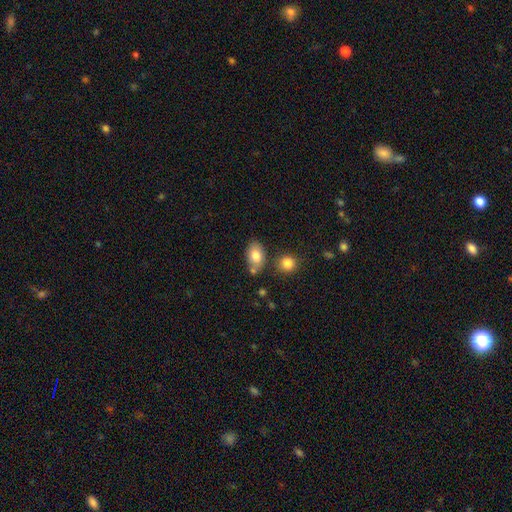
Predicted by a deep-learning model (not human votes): A smooth galaxy with no disk features (79%) that is in between round and cigar-shaped (85%). Merging: none (64%).